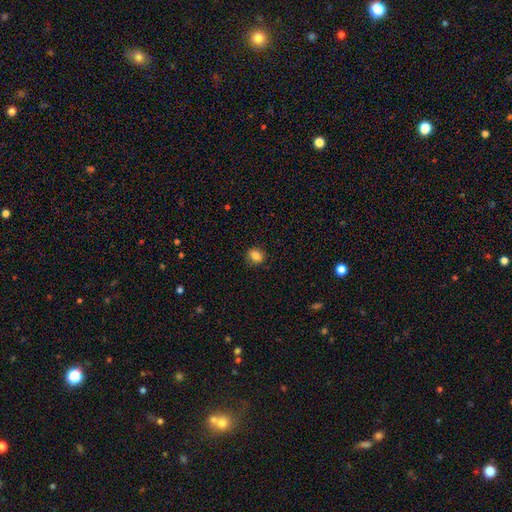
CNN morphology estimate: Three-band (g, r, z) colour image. It shows a smooth galaxy with no disk features (84%) that is round (69%). Merging: none (88%).